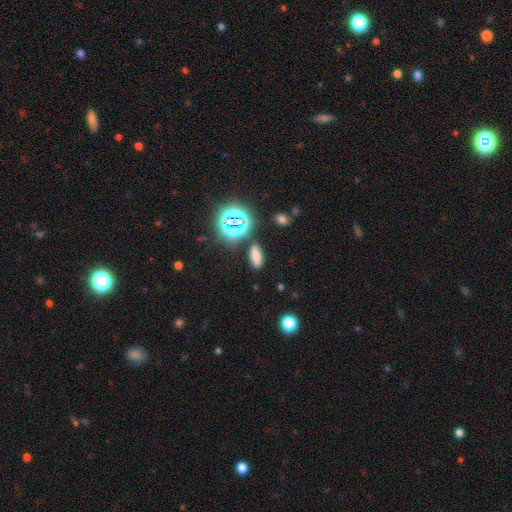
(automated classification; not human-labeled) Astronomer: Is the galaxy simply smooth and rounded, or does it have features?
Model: smooth — 60%.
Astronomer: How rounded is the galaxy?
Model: in between — 69%.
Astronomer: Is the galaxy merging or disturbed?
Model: none — 85%.